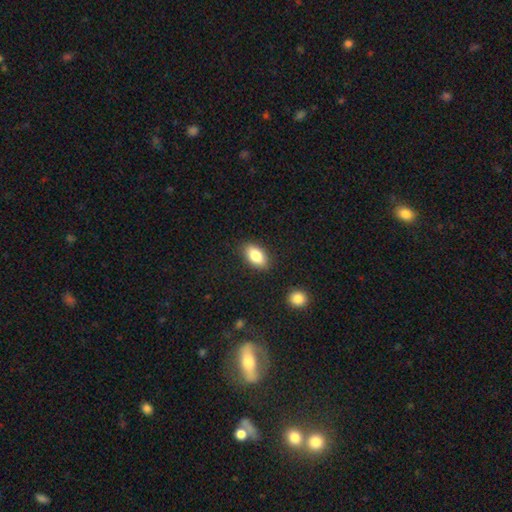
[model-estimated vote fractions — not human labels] Smooth or featured? smooth (84%)
How rounded? in between (90%)
Merging? none (86%)